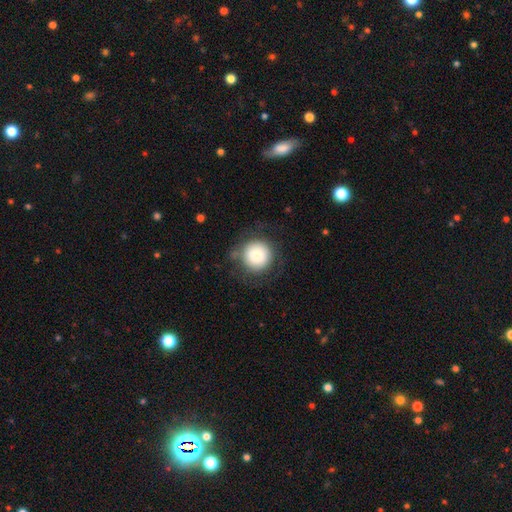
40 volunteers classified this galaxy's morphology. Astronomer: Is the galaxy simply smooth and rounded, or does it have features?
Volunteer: smooth — 80%.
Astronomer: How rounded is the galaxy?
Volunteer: round — 97%.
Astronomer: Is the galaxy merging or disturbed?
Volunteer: none — 81%.